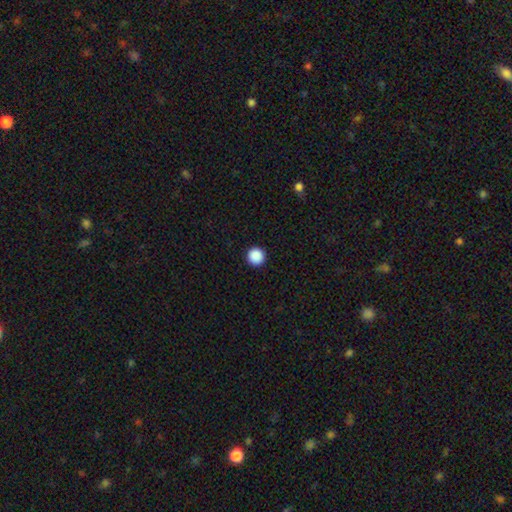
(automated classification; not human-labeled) Q: Smooth or featured?
A: smooth (89%); runner-up: star or artifact (9%)
Q: How rounded?
A: round (97%); runner-up: in between (2%)
Q: Merging?
A: none (94%); runner-up: minor disturbance (4%)